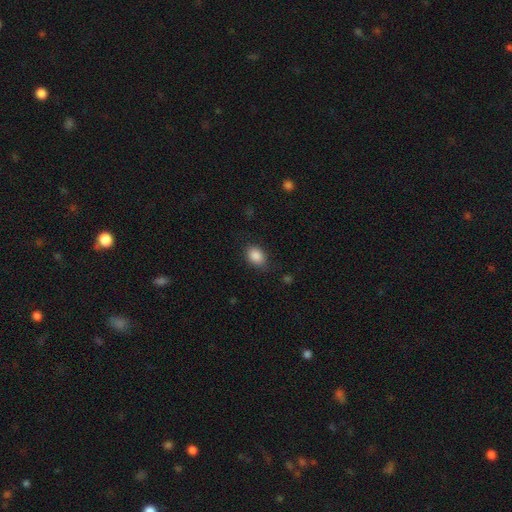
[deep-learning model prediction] Smooth or featured?
  - smooth: 88% *
  - star or artifact: 8%
  - featured or disk: 4%
How rounded?
  - in between: 72% *
  - round: 27%
  - cigar-shaped: 1%
Merging?
  - none: 80% *
  - minor disturbance: 15%
  - major disturbance: 4%
  - merger: 1%